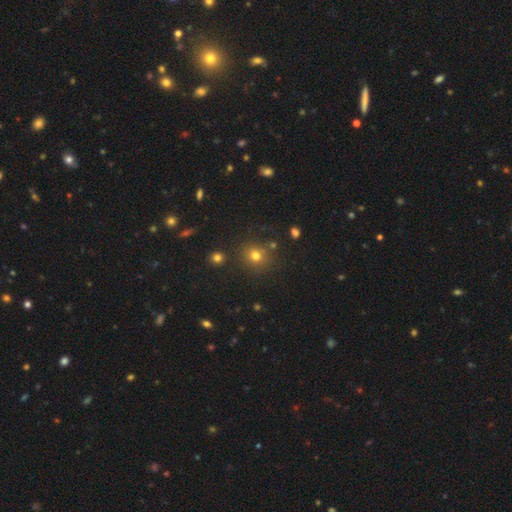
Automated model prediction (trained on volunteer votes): smooth_or_featured: smooth (p=0.74) [alt: star or artifact p=0.18]
how_rounded: round (p=0.88) [alt: in between p=0.11]
merging: none (p=0.81) [alt: minor disturbance p=0.09]